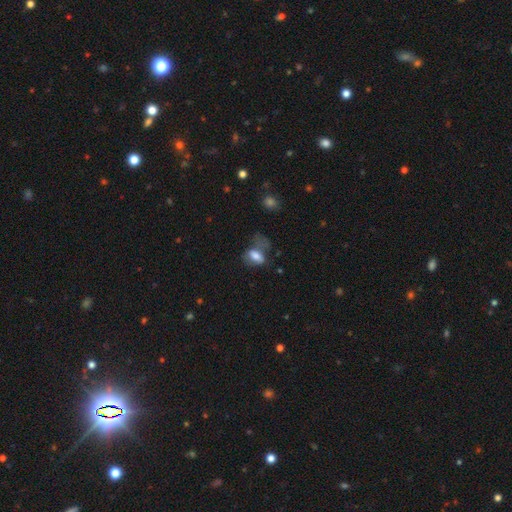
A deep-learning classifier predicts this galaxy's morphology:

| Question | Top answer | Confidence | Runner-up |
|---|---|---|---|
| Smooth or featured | smooth | 69% | featured or disk (20%) |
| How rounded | in between | 85% | round (10%) |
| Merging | major disturbance | 37% | none (31%) |